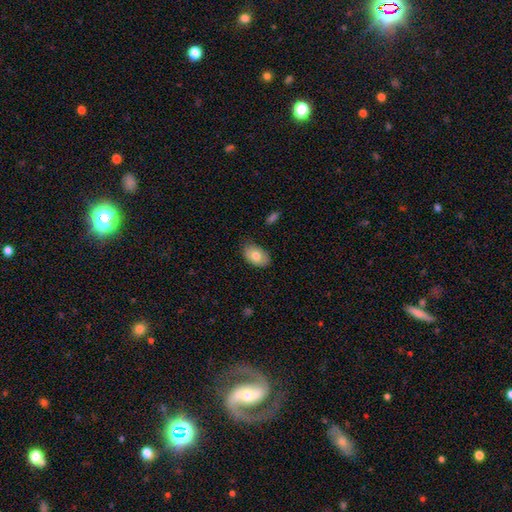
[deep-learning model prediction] smooth-or-featured: smooth: 76% | featured or disk: 17% | star or artifact: 7%
  how-rounded: in between: 89% | round: 10% | cigar-shaped: 1%
  merging: none: 79% | minor disturbance: 17% | major disturbance: 3% | merger: 1%